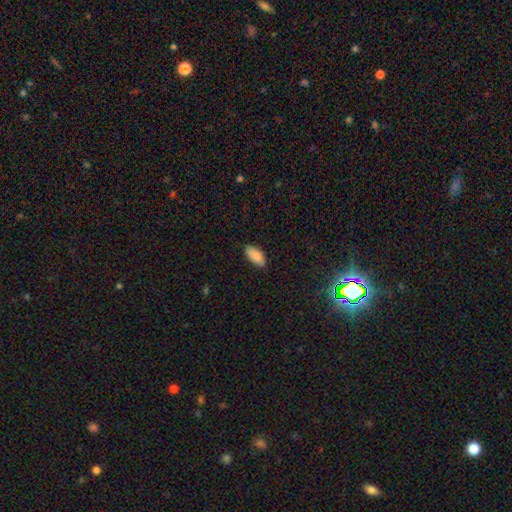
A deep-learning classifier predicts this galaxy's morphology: A smooth galaxy with no disk features (88%) that is in between round and cigar-shaped (92%).

Vote fractions:
- Smooth or featured? smooth: 88% / star or artifact: 7% / featured or disk: 5%
- How rounded? in between: 92% / cigar-shaped: 6% / round: 2%
- Merging? none: 79% / minor disturbance: 17% / major disturbance: 3% / merger: 1%